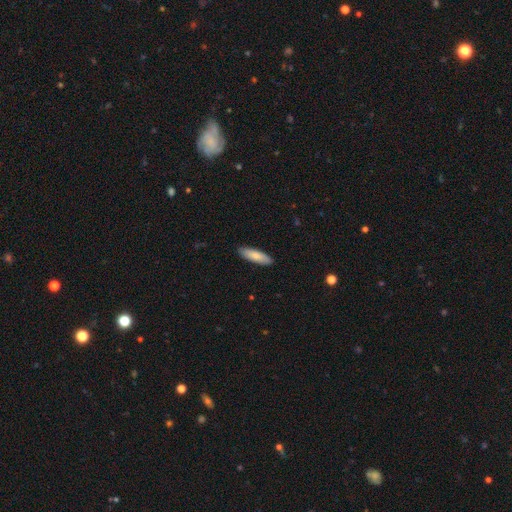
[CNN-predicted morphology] Smooth or featured? Predicted: smooth (p=0.82). How rounded? Predicted: cigar-shaped (p=0.56). Merging? Predicted: none (p=0.90).